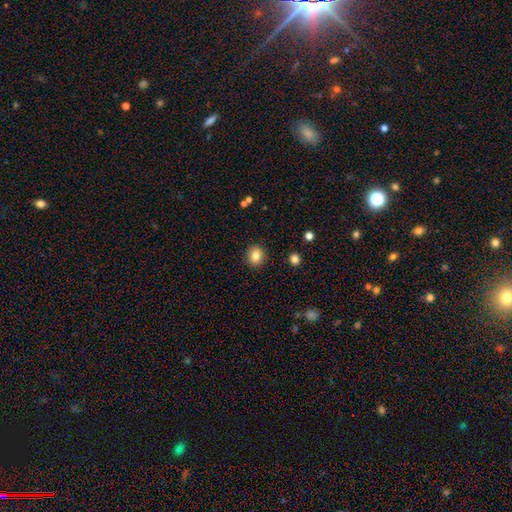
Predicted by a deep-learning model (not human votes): Smooth or featured?
  - smooth: 83% *
  - star or artifact: 10%
  - featured or disk: 7%
How rounded?
  - round: 77% *
  - in between: 22%
  - cigar-shaped: 1%
Merging?
  - none: 91% *
  - minor disturbance: 6%
  - major disturbance: 2%
  - merger: 1%